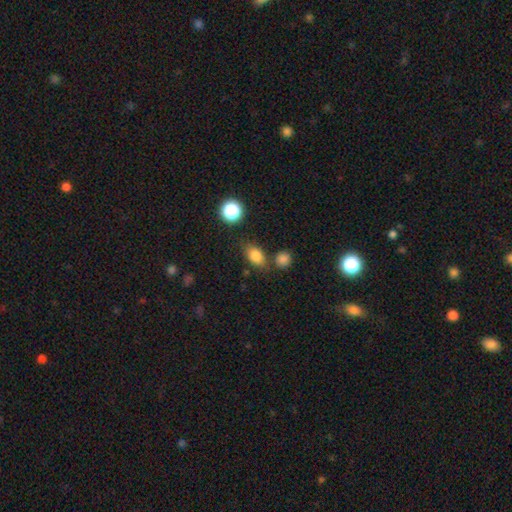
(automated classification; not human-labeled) Smooth or featured? smooth (82%)
How rounded? in between (77%)
Merging? none (69%)